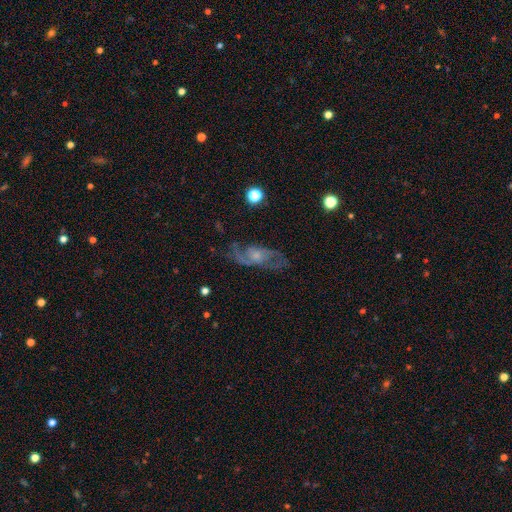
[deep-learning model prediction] Morphology: type=featured or disk (77%); edge-on=no (91%); bar=no (70%); spiral arms=yes (87%); winding=medium (48%); arm count=2 (68%); bulge=small (56%); merging=none (68%).